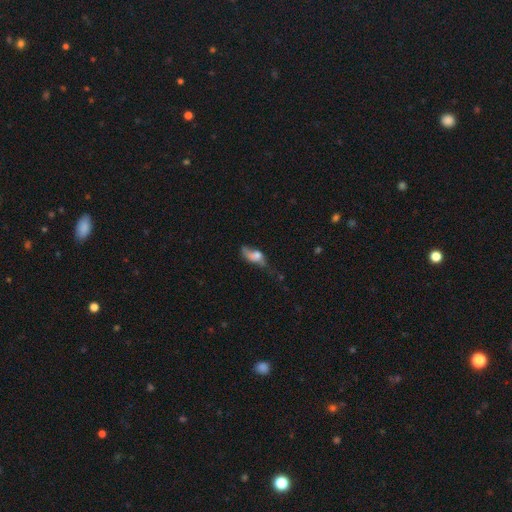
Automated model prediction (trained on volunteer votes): Smooth or featured: smooth — 52% (featured or disk — 37%)
How rounded: in between — 76% (cigar-shaped — 16%)
Merging: major disturbance — 36% (none — 28%)